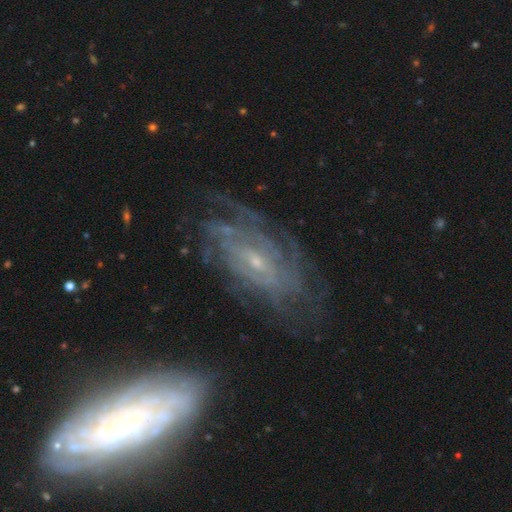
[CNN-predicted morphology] featured or disk 82%, smooth 10%, star or artifact 8%. Down the decision tree: edge-on disk — no (92%); bar — no (50%); spiral arms — yes (90%); spiral arm count — can't tell (49%); spiral winding — tight (66%); bulge size — small (74%); merging — none (65%).